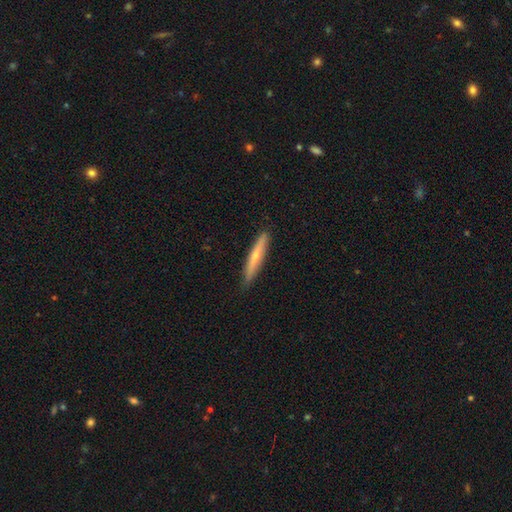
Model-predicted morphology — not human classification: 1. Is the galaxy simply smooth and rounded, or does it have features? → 53% smooth, 42% featured or disk, 6% star or artifact.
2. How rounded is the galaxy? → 93% cigar-shaped, 6% in between, 1% round.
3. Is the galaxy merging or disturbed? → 88% none, 10% minor disturbance, 2% major disturbance, 1% merger.